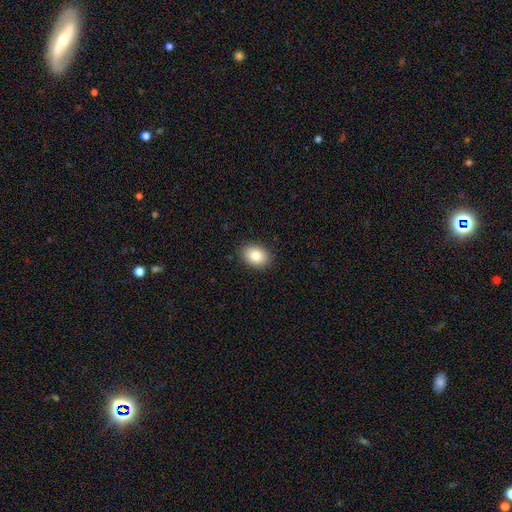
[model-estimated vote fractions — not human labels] Smooth or featured? Predicted: smooth (p=0.84). How rounded? Predicted: in between (p=0.73). Merging? Predicted: none (p=0.90).